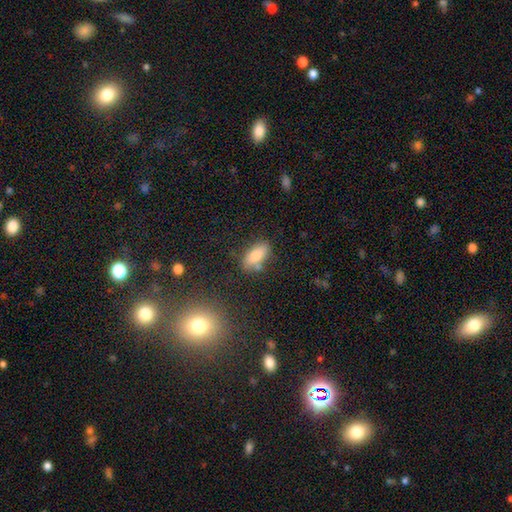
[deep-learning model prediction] This is clearly a smooth galaxy (82%). How rounded: clearly in between (83%). Merging: likely none (71%).